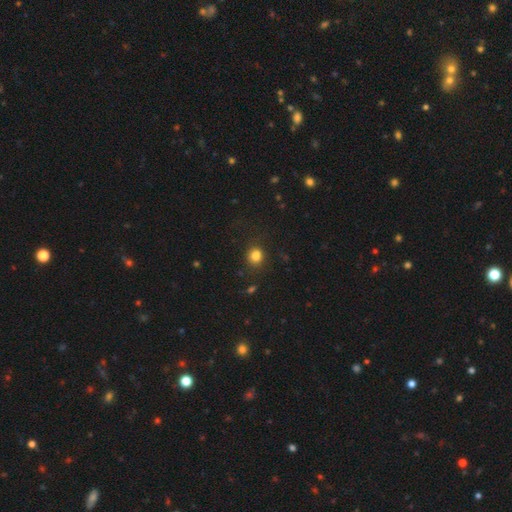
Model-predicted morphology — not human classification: The model was most divided on "how rounded": round: 80%, in between: 19%, cigar-shaped: 1%. More confident: smooth or featured — smooth (83%); merging — none (83%).